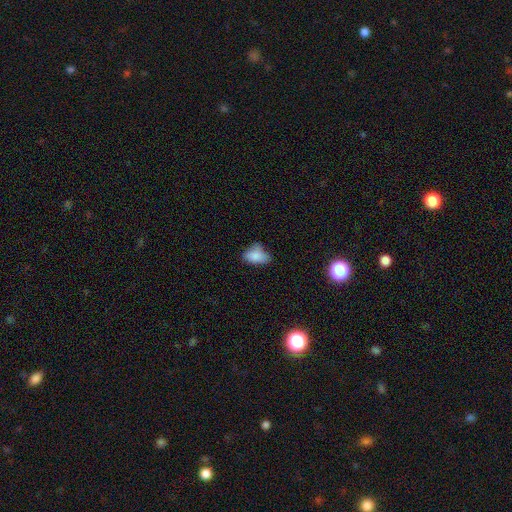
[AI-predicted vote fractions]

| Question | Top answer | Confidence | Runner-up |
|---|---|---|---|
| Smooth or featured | smooth | 81% | star or artifact (10%) |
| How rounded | in between | 86% | round (12%) |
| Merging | none | 45% | minor disturbance (39%) |